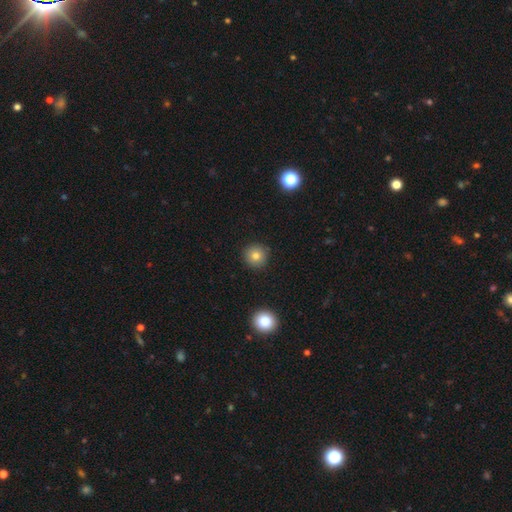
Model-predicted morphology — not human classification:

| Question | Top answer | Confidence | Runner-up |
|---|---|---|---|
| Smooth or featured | smooth | 79% | star or artifact (12%) |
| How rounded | round | 94% | in between (5%) |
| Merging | none | 90% | minor disturbance (6%) |